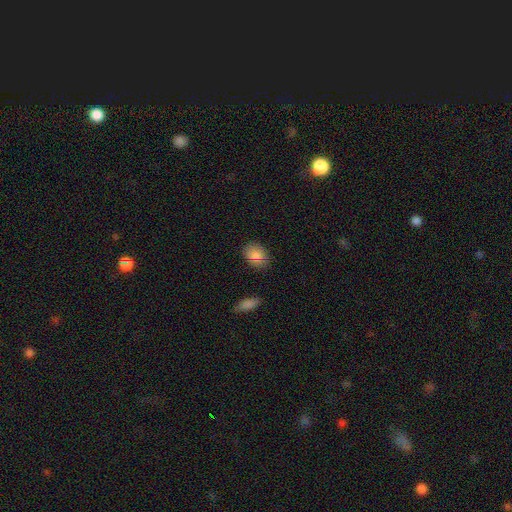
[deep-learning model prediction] This is clearly a smooth galaxy (84%). How rounded: likely in between (74%). Merging: clearly none (82%).